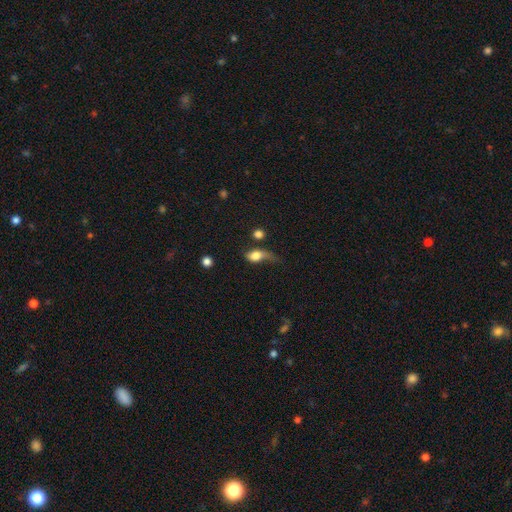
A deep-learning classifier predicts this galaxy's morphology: The model was most divided on "merging": major disturbance: 40%, minor disturbance: 28%, none: 24%, merger: 8%. More confident: smooth or featured — smooth (71%); how rounded — in between (69%).